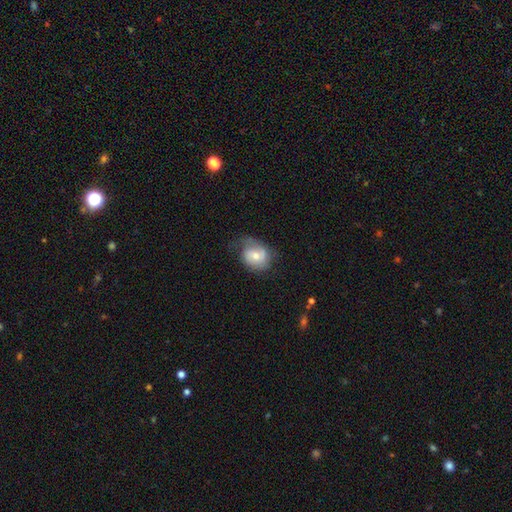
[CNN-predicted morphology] Smooth or featured?
  - smooth: 52% *
  - featured or disk: 40%
  - star or artifact: 8%
How rounded?
  - round: 53% *
  - in between: 46%
  - cigar-shaped: 1%
Merging?
  - none: 47% *
  - minor disturbance: 32%
  - major disturbance: 19%
  - merger: 2%